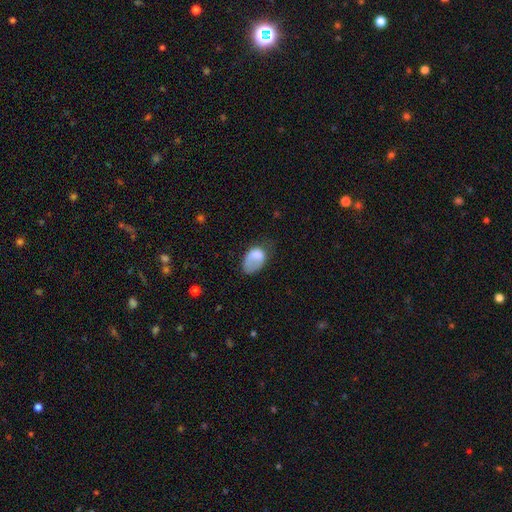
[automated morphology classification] Smooth or featured: smooth — 74% (featured or disk — 18%)
How rounded: in between — 86% (round — 13%)
Merging: major disturbance — 33% (tied with none — 33%)